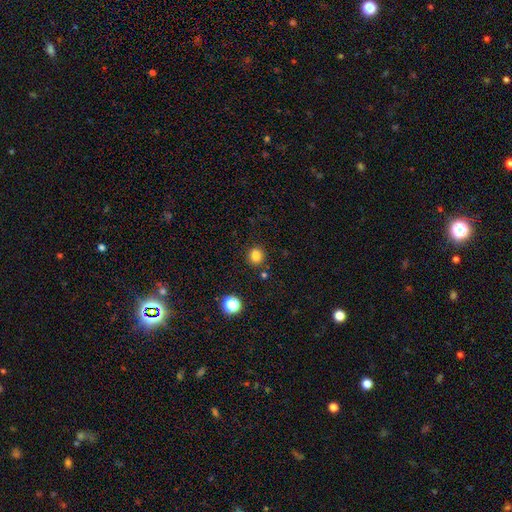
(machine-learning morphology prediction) smooth-or-featured: smooth: 82% | star or artifact: 14% | featured or disk: 5%
  how-rounded: round: 85% | in between: 14% | cigar-shaped: 1%
  merging: none: 85% | minor disturbance: 8% | merger: 4% | major disturbance: 2%